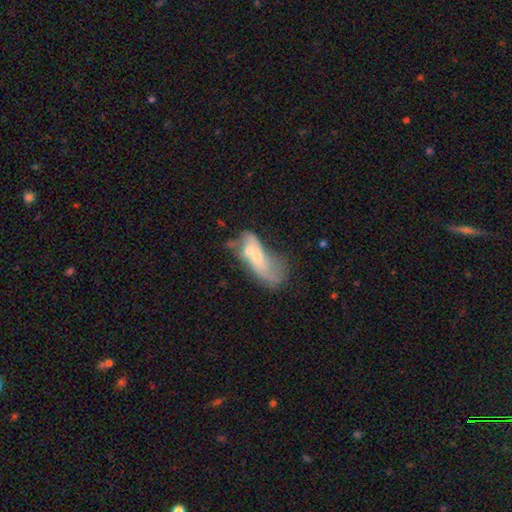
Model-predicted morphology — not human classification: smooth_or_featured: featured or disk (p=0.49) [alt: smooth p=0.42]
merging: merger (p=0.37) [alt: major disturbance p=0.27]